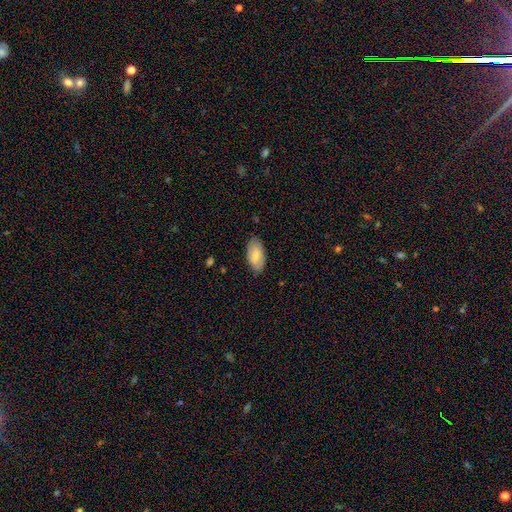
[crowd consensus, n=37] Smooth or featured? smooth (92%)
How rounded? in between (88%)
Merging? none (84%)